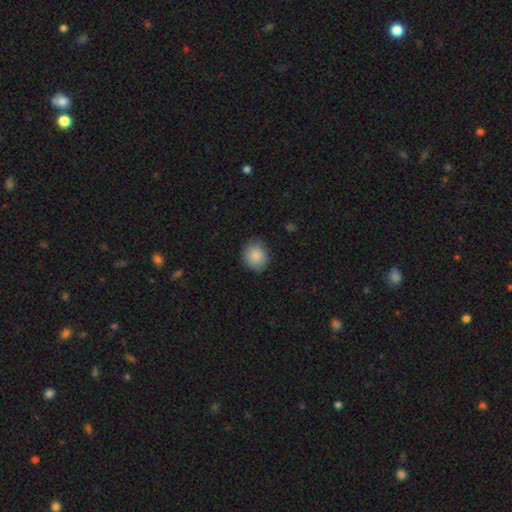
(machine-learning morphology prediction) Overall: smooth (88%). How rounded: round (82%). Merging: none (86%).